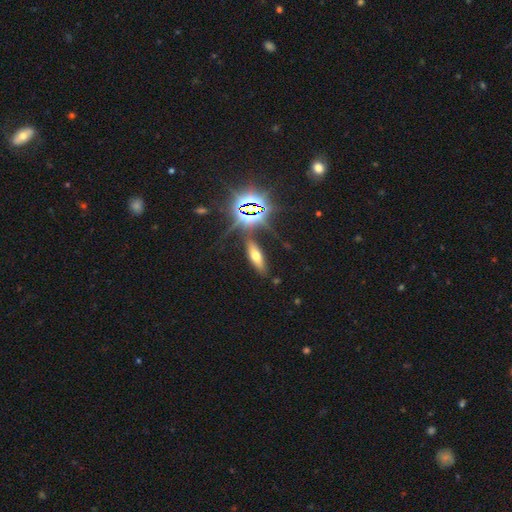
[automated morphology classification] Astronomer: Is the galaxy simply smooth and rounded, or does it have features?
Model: smooth — 44% (runner-up: star or artifact, 32%).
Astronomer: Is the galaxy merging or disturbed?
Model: none — 80%.